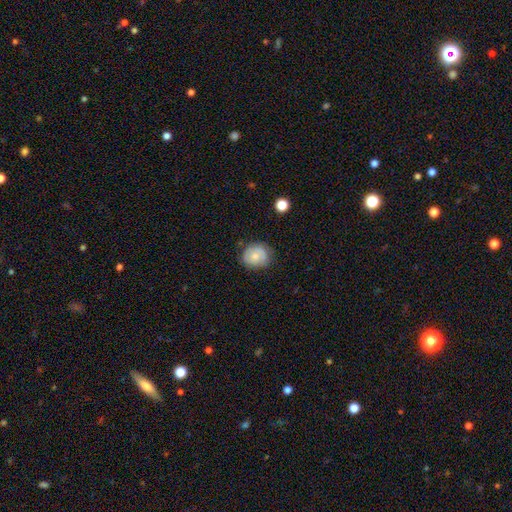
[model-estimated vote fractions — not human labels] Smooth or featured: smooth — 63% (featured or disk — 28%)
How rounded: round — 78% (in between — 21%)
Merging: none — 71% (minor disturbance — 22%)